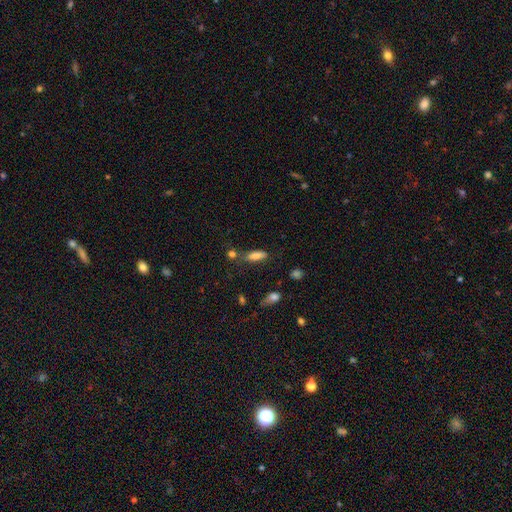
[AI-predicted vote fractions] Smooth or featured: smooth — 79% (featured or disk — 11%)
How rounded: in between — 58% (cigar-shaped — 39%)
Merging: none — 60% (minor disturbance — 20%)